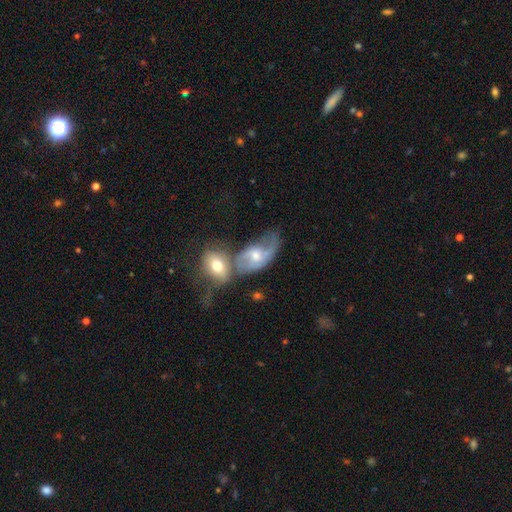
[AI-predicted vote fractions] This appears to be a featured or disk galaxy (67%) with no bar (54%), 2 (64%) loose (54%) spiral arms (85%) and a moderate central bulge (55%). Merging: merger (42%).